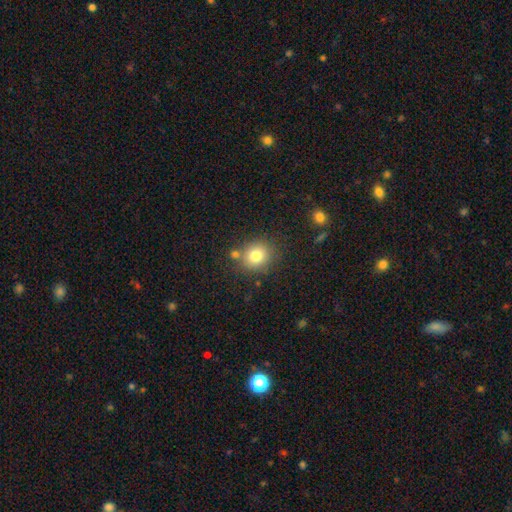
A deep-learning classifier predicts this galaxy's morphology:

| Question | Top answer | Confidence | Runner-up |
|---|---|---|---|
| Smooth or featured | smooth | 79% | star or artifact (12%) |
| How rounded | round | 81% | in between (18%) |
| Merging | none | 72% | merger (13%) |